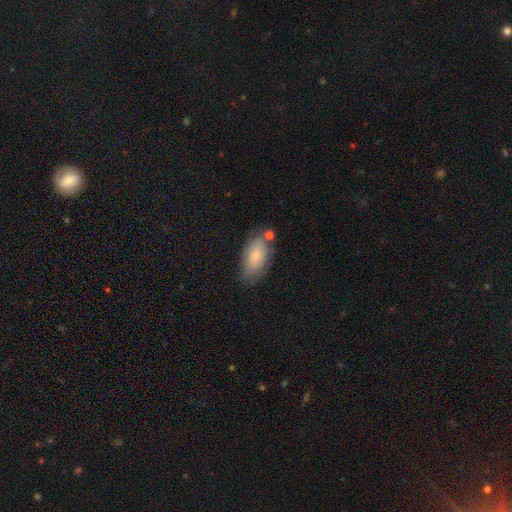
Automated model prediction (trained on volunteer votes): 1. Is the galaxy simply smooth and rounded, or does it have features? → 71% smooth, 22% featured or disk, 7% star or artifact.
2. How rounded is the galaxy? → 92% in between, 4% cigar-shaped, 4% round.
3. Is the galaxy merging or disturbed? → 63% none, 23% minor disturbance, 8% merger, 6% major disturbance.